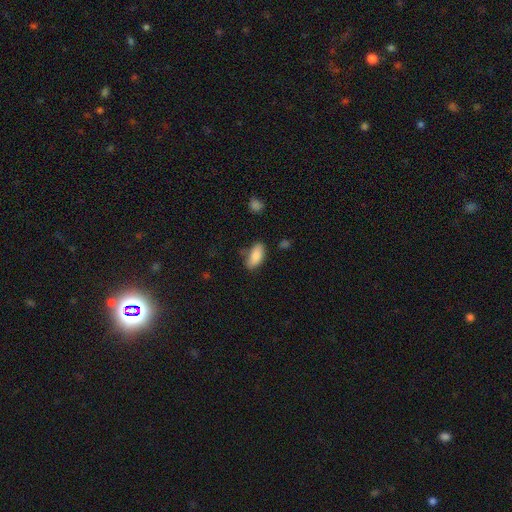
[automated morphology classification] smooth 86%, featured or disk 7%, star or artifact 7%. Down the decision tree: how rounded — in between (91%); merging — none (70%).